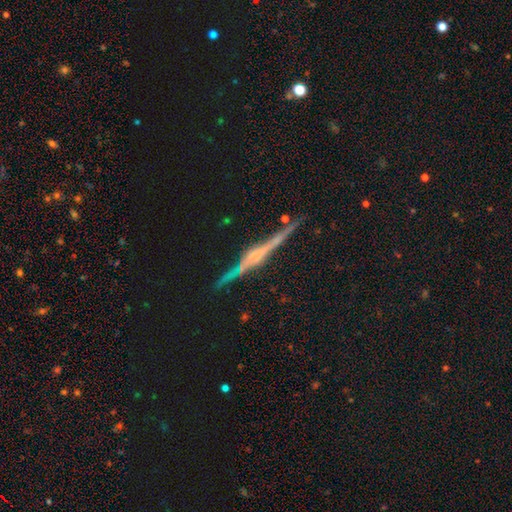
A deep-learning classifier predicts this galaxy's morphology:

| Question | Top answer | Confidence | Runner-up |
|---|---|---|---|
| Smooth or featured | featured or disk | 84% | smooth (8%) |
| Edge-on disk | yes | 98% | no (2%) |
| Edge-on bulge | rounded | 54% | boxy (31%) |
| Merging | none | 86% | minor disturbance (10%) |